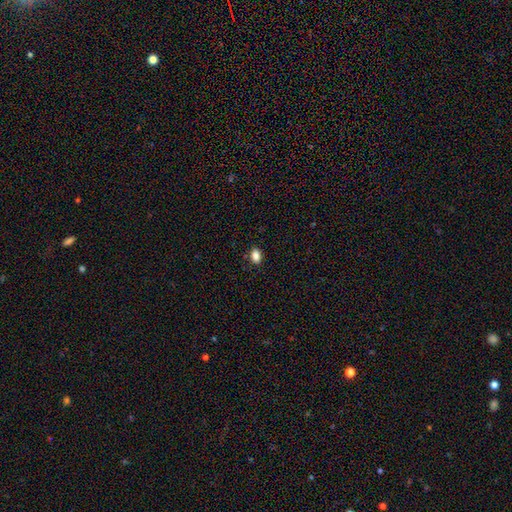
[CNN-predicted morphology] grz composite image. It shows a smooth galaxy with no disk features (86%) that is in between round and cigar-shaped (83%). Merging: none (88%).